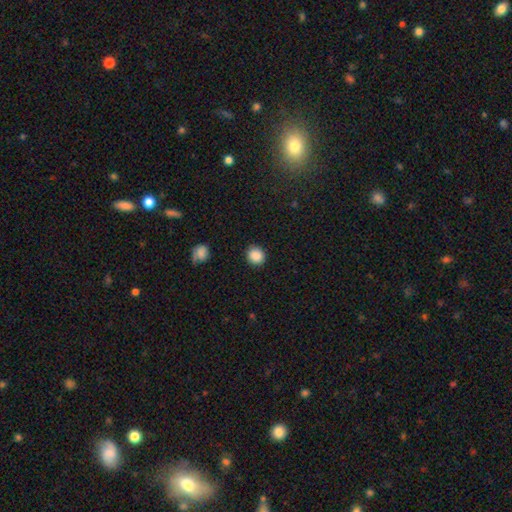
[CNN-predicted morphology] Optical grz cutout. It shows a smooth galaxy with no disk features (88%) that is round (81%). Merging: none (88%).